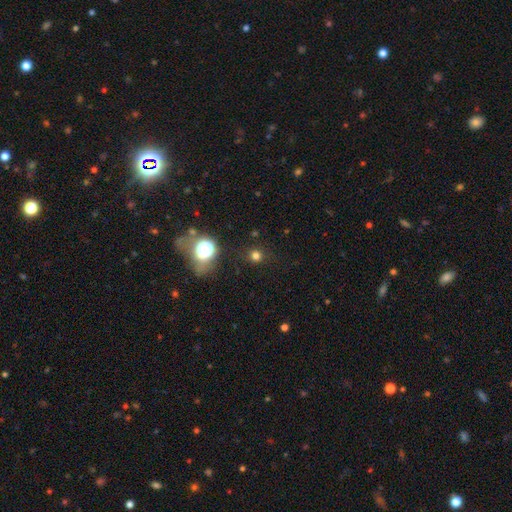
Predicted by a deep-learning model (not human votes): This is likely a smooth galaxy (71%). How rounded: clearly round (92%). Merging: clearly none (87%).